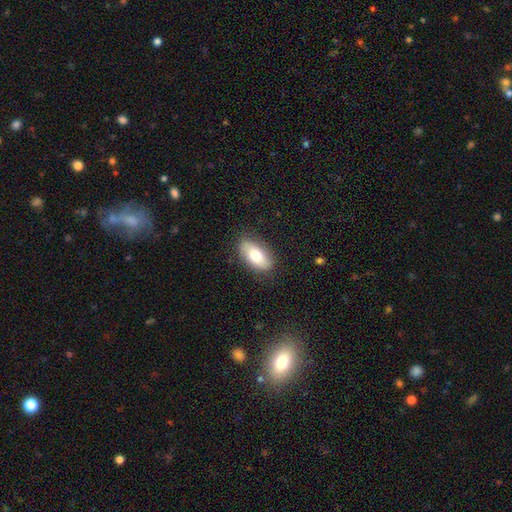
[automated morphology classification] Overall: smooth (72%). How rounded: in between (91%). Merging: none (84%).